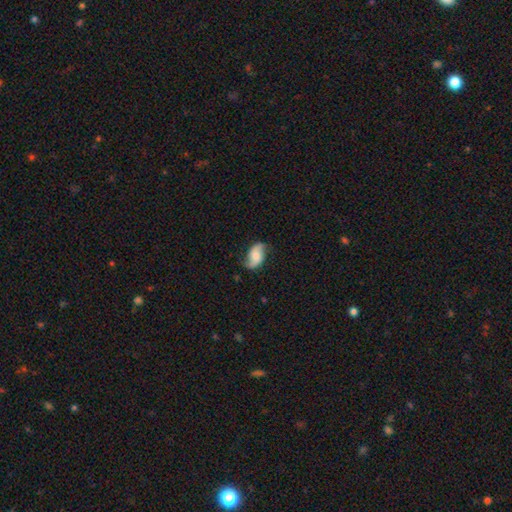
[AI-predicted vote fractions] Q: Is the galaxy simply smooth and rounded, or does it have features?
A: featured or disk — 59%.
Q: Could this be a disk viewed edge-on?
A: no — 96%.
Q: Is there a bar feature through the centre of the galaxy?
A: no — 61%.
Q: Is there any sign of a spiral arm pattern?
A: yes — 91%.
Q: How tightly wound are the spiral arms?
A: loose — 65%.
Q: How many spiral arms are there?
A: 2 — 91%.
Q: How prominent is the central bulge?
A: moderate — 45%.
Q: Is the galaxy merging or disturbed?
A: none — 73%.